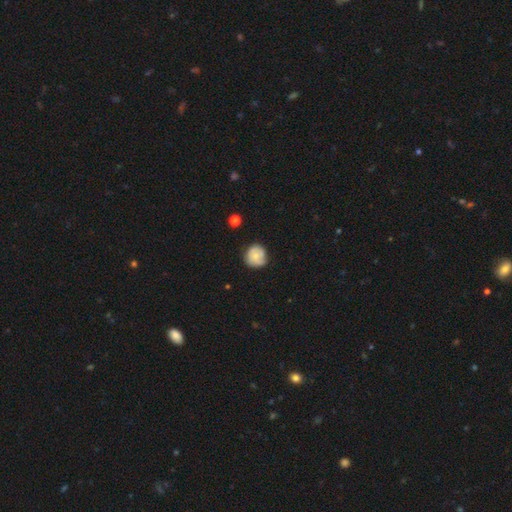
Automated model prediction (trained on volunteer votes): smooth-or-featured: smooth: 58% | featured or disk: 35% | star or artifact: 7%
  how-rounded: round: 86% | in between: 13% | cigar-shaped: 1%
  merging: none: 65% | minor disturbance: 27% | major disturbance: 6% | merger: 2%